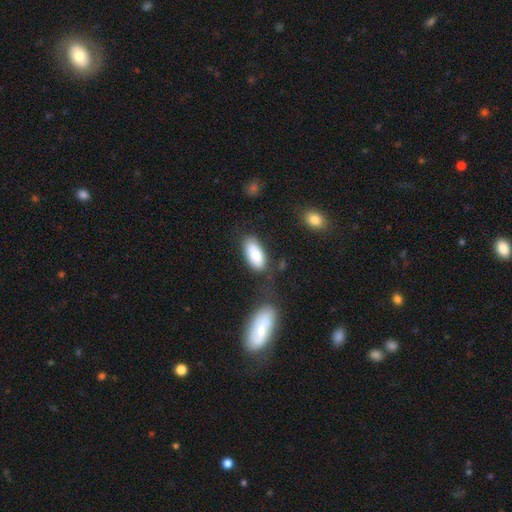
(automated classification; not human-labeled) A smooth galaxy with no disk features (81%) that is in between round and cigar-shaped (90%). Merging: none (68%).